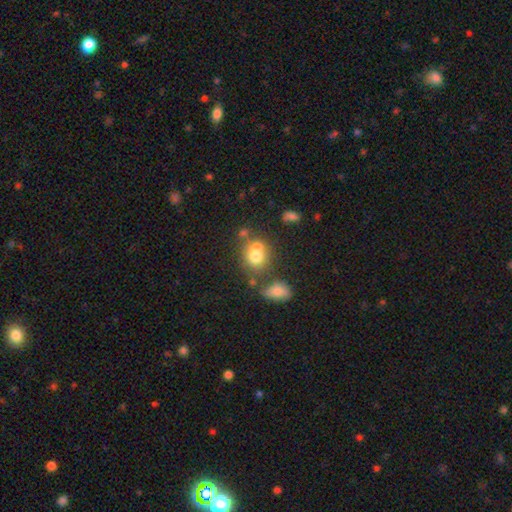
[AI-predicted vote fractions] smooth_or_featured: smooth (p=0.71) [alt: featured or disk p=0.17]
how_rounded: round (p=0.70) [alt: in between p=0.29]
merging: none (p=0.45) [alt: merger p=0.34]